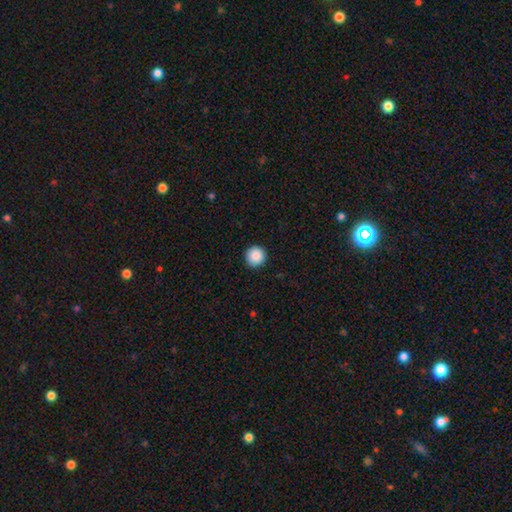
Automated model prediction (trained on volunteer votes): Overall: smooth (89%). How rounded: round (96%). Merging: none (92%).